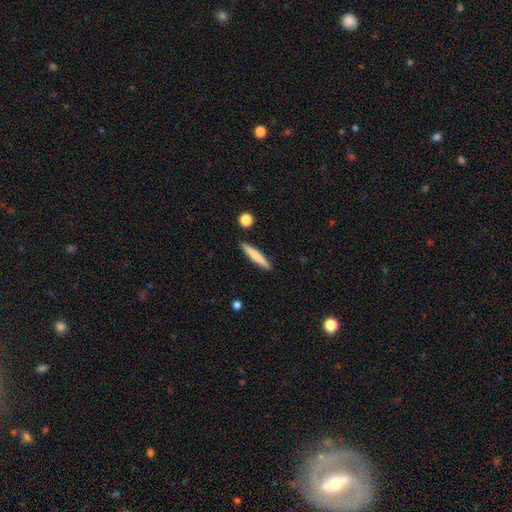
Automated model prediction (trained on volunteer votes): This appears to be a smooth galaxy with no disk features (72%) that is cigar-shaped (92%). Merging: none (89%).